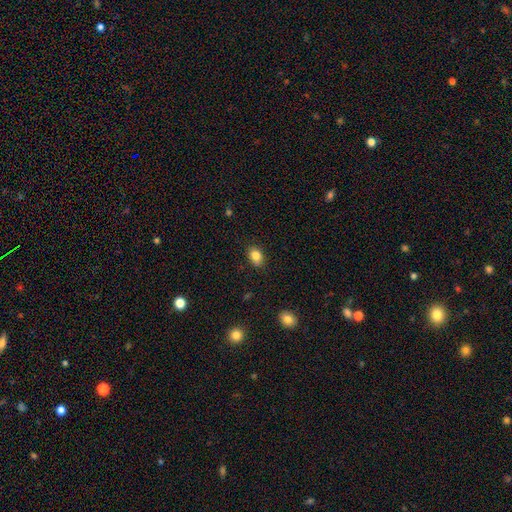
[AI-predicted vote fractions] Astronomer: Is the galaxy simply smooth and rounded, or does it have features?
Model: smooth — 84%.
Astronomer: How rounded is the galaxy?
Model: in between — 77%.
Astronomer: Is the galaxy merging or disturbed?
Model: none — 82%.